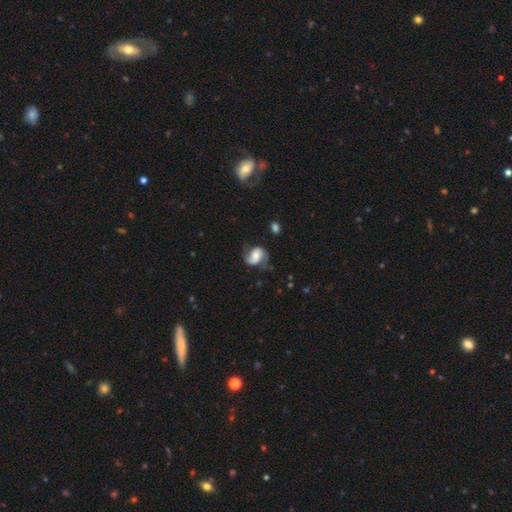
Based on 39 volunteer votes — A featured or disk galaxy (74%) with no bar (61%), 2 (93%) medium (59%) spiral arms (96%) and a moderate central bulge (61%). Merging: none (80%).